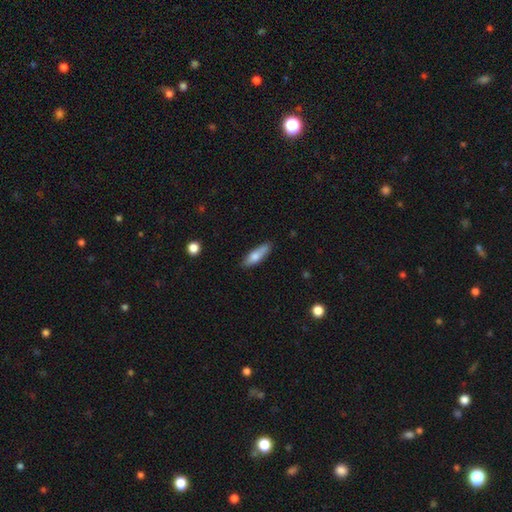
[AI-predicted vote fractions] This appears to be a smooth galaxy with no disk features (75%) that is cigar-shaped (55%). Merging: none (76%).